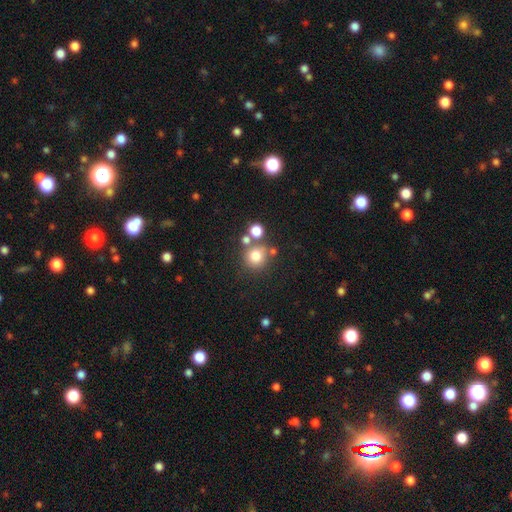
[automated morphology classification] smooth 76%, star or artifact 14%, featured or disk 10%. Down the decision tree: how rounded — round (89%); merging — none (64%).